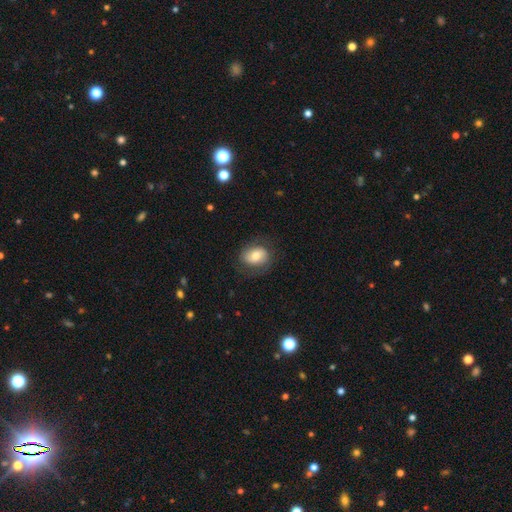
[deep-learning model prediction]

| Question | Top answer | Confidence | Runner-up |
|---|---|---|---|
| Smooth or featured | smooth | 61% | featured or disk (31%) |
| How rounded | in between | 63% | round (36%) |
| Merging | none | 72% | minor disturbance (18%) |